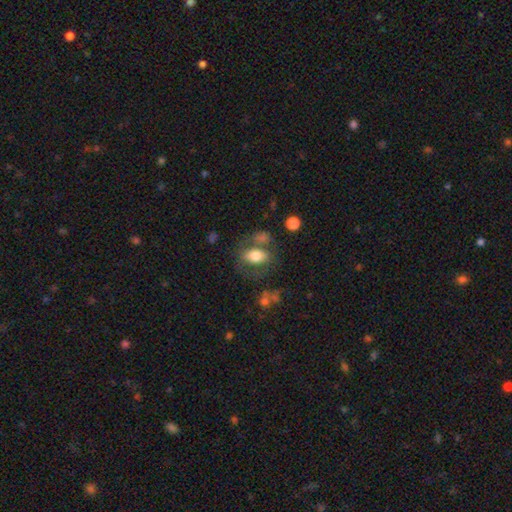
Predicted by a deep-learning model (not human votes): Smooth or featured: smooth — 63% (featured or disk — 28%)
How rounded: in between — 82% (round — 15%)
Merging: none — 53% (merger — 19%)